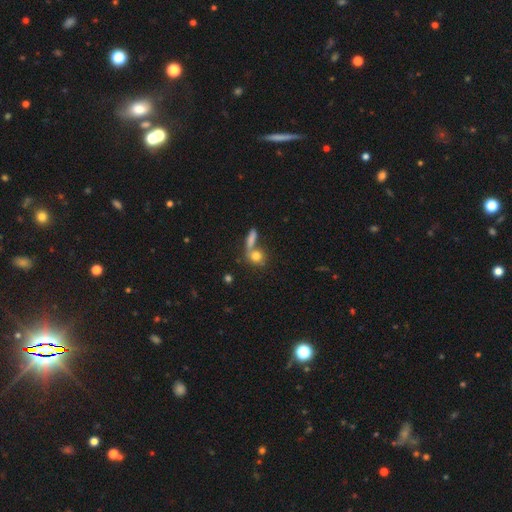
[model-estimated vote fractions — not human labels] smooth_or_featured: smooth (p=0.77) [alt: featured or disk p=0.12]
how_rounded: round (p=0.67) [alt: in between p=0.27]
merging: none (p=0.48) [alt: merger p=0.36]